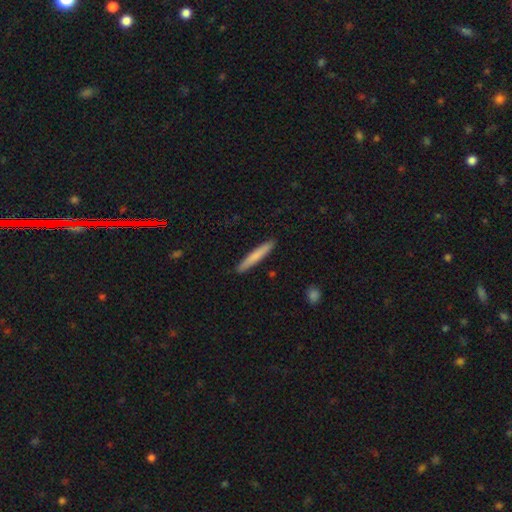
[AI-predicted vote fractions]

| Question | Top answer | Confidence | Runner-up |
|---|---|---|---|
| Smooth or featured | smooth | 75% | featured or disk (20%) |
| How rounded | cigar-shaped | 95% | in between (4%) |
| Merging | none | 91% | minor disturbance (6%) |